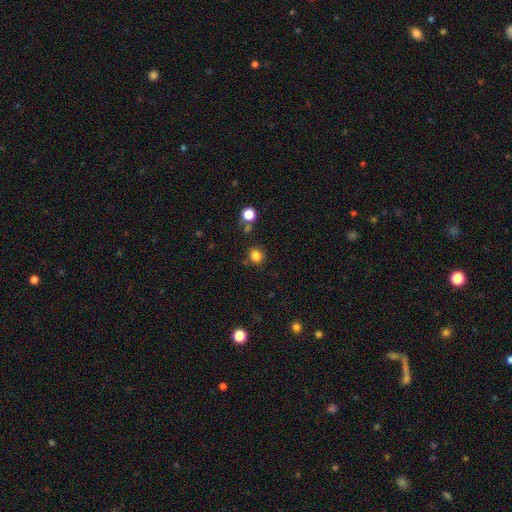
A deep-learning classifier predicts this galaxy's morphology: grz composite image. It shows a smooth galaxy with no disk features (82%) that is round (80%). Merging: none (81%).